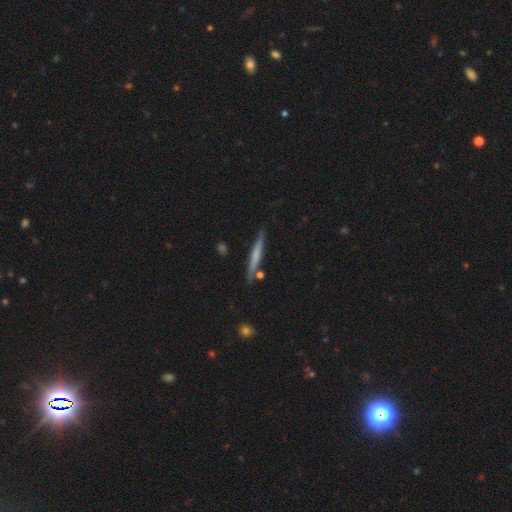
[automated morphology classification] smooth_or_featured: featured or disk (p=0.48) [alt: smooth p=0.46]
merging: none (p=0.83) [alt: minor disturbance p=0.11]